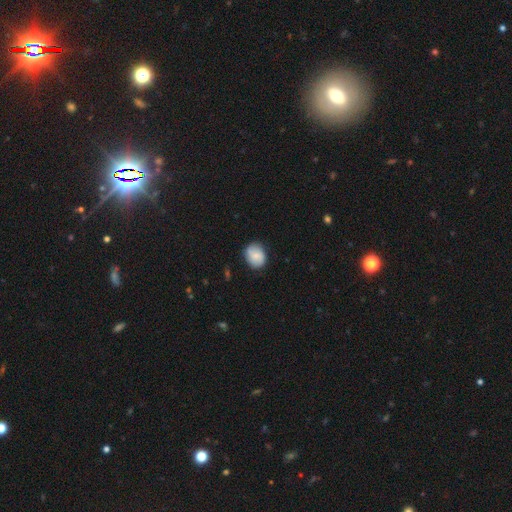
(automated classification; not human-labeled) Smooth or featured?
  - smooth: 72% *
  - featured or disk: 21%
  - star or artifact: 7%
How rounded?
  - round: 52% *
  - in between: 47%
  - cigar-shaped: 1%
Merging?
  - none: 77% *
  - minor disturbance: 18%
  - major disturbance: 3%
  - merger: 1%